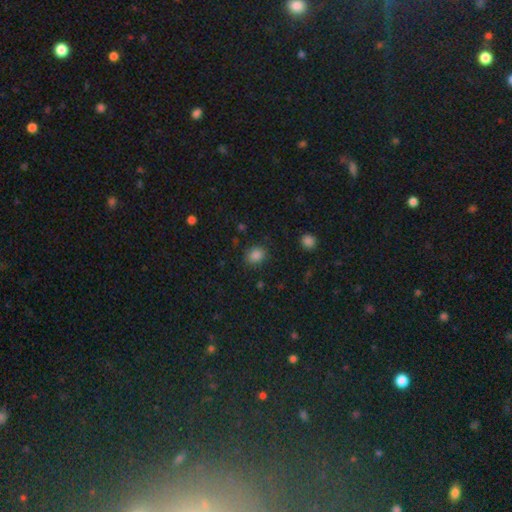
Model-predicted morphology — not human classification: This is clearly a smooth galaxy (84%). How rounded: possibly round (57%). Merging: clearly none (84%).